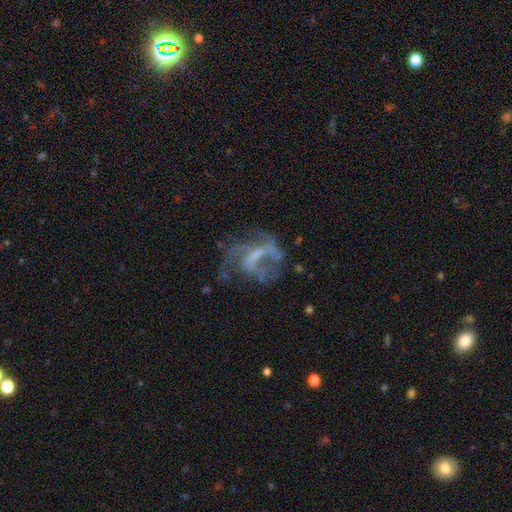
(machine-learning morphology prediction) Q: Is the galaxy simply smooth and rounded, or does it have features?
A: featured or disk — 74%.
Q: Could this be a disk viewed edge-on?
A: no — 96%.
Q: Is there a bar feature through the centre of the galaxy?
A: weak — 41%.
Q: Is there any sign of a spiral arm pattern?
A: yes — 70%.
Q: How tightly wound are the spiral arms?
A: loose — 45%.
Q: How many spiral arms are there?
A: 2 — 29%.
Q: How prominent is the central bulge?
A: none — 47%.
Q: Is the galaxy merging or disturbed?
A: none — 41%.